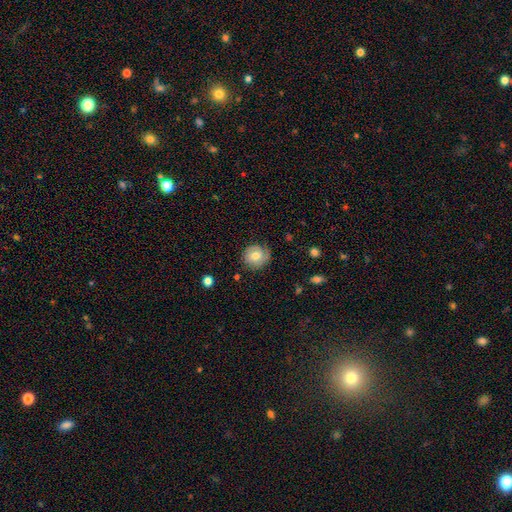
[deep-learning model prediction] smooth-or-featured: smooth: 51% | featured or disk: 41% | star or artifact: 8%
  how-rounded: round: 84% | in between: 15% | cigar-shaped: 1%
  merging: none: 72% | minor disturbance: 20% | major disturbance: 6% | merger: 1%